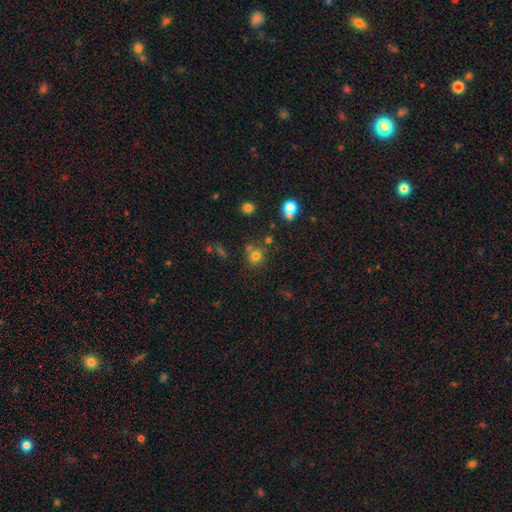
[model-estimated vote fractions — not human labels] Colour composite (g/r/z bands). It shows a smooth galaxy with no disk features (73%) that is round (87%). Merging: none (67%).